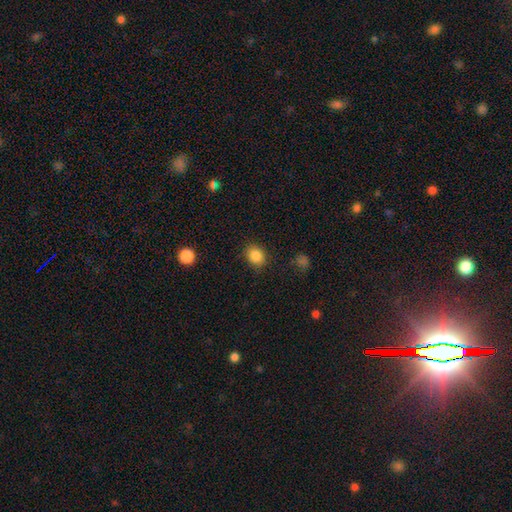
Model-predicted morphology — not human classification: smooth 85%, star or artifact 10%, featured or disk 5%. Down the decision tree: how rounded — round (59%); merging — none (84%).